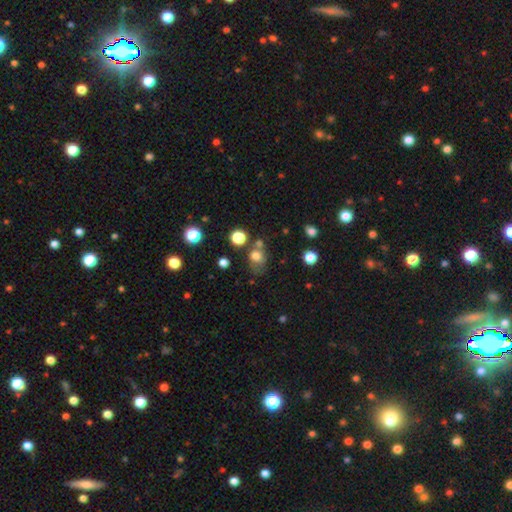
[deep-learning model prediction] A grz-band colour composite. It shows a smooth galaxy with no disk features (73%) that is round (55%). Merging: none (49%).